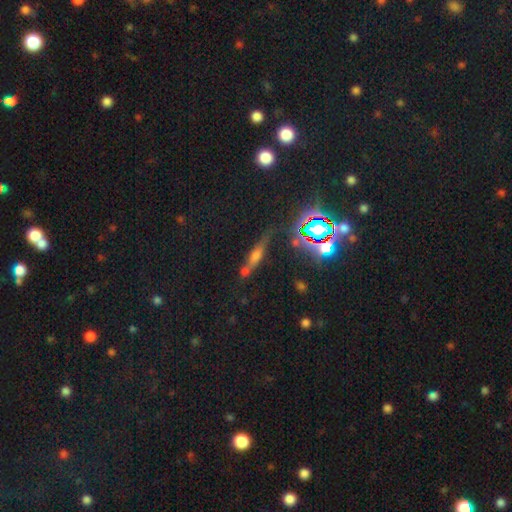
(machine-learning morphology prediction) smooth-or-featured: featured or disk: 39% | smooth: 31% | star or artifact: 30%
  merging: none: 67% | minor disturbance: 16% | merger: 11% | major disturbance: 7%